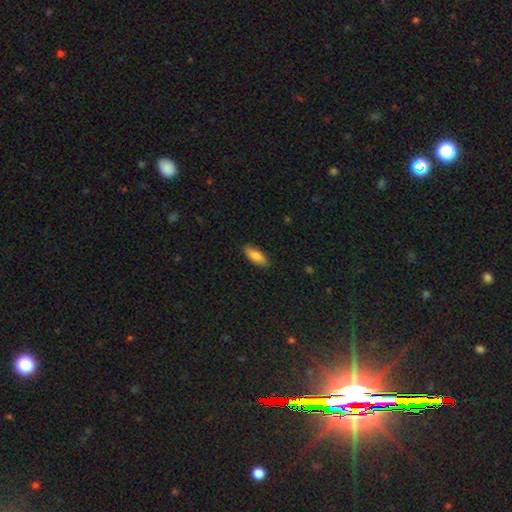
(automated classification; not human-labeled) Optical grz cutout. It shows a smooth galaxy with no disk features (83%) that is in between round and cigar-shaped (80%). Merging: none (87%).